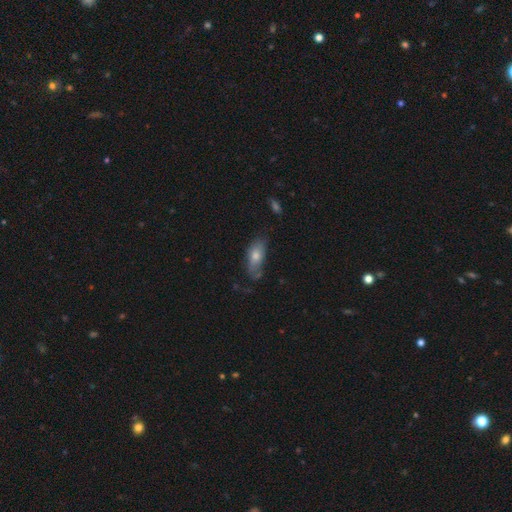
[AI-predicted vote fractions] smooth 70%, featured or disk 23%, star or artifact 7%. Down the decision tree: how rounded — in between (82%); merging — none (49%).